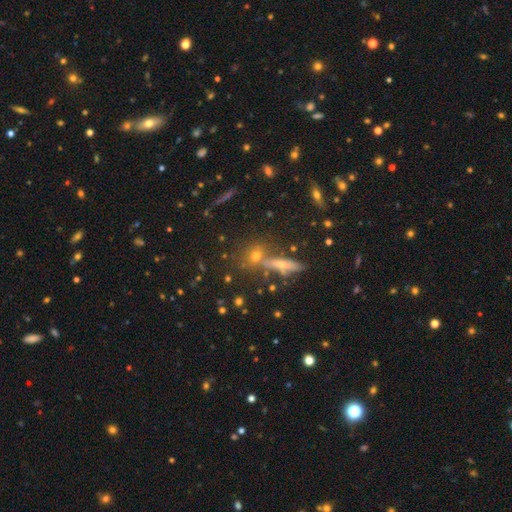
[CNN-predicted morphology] This is possibly a smooth galaxy (55%). How rounded: possibly round (50%). Merging: likely none (64%).